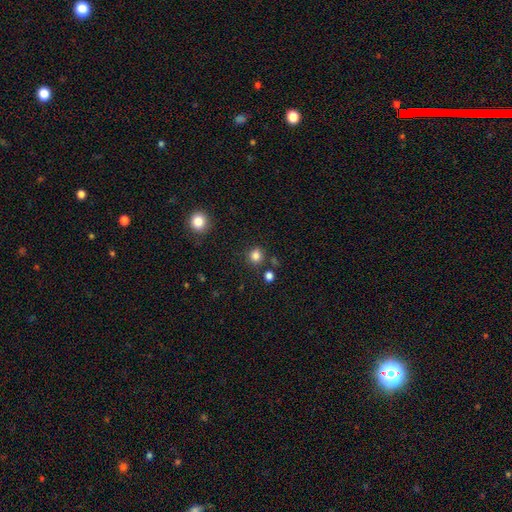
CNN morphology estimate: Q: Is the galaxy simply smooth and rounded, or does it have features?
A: smooth — 82%.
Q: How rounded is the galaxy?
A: round — 88%.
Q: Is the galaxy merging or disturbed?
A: none — 82%.